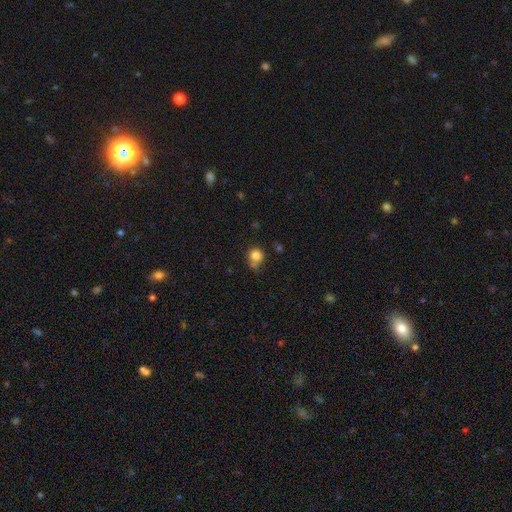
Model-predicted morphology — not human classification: type=smooth (81%); roundness=round (84%); merging=none (54%).